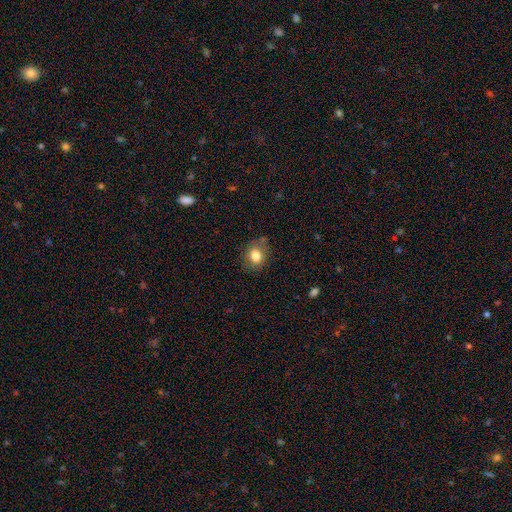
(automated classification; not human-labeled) Smooth or featured? Predicted: smooth (p=0.80). How rounded? Predicted: round (p=0.55). Merging? Predicted: none (p=0.77).